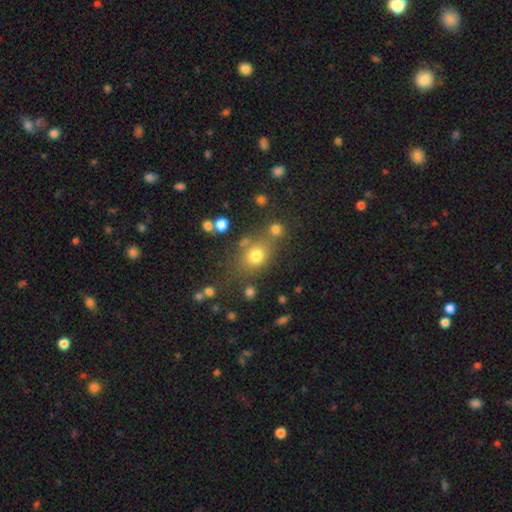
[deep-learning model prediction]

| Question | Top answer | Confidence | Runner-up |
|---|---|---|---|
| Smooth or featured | smooth | 74% | star or artifact (16%) |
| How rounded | round | 63% | in between (35%) |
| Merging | none | 63% | merger (16%) |